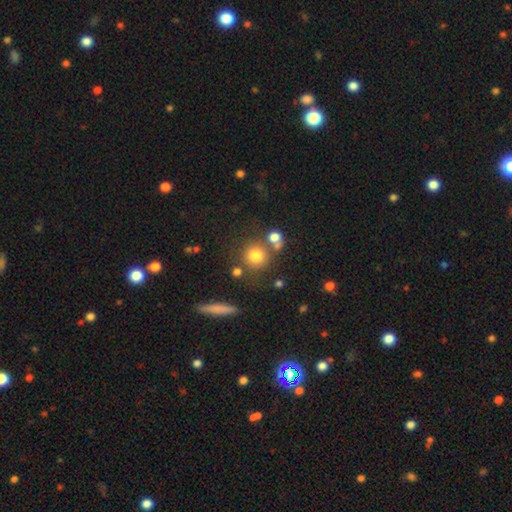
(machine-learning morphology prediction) type=smooth (76%); roundness=round (90%); merging=none (68%).